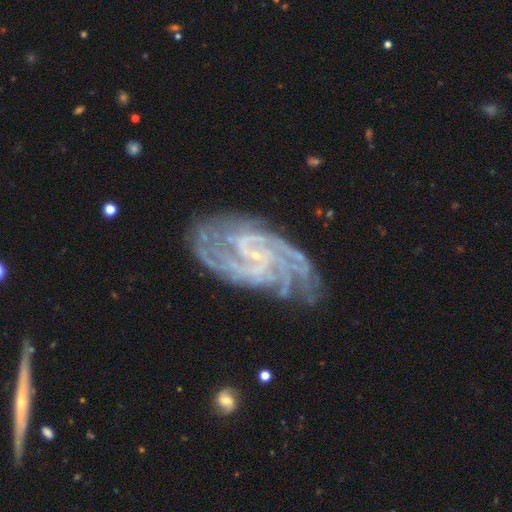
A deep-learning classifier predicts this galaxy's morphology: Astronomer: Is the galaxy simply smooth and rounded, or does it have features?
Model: featured or disk — 91%.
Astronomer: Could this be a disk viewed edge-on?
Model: no — 97%.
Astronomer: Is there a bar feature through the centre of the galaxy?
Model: no — 50% (runner-up: weak, 36%).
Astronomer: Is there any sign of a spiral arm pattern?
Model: yes — 98%.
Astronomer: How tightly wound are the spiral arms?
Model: tight — 63%.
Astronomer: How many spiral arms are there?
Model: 4 — 23% (runner-up: 3, 19%).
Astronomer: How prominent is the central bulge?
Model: small — 83%.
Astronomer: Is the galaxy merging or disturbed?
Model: none — 72%.